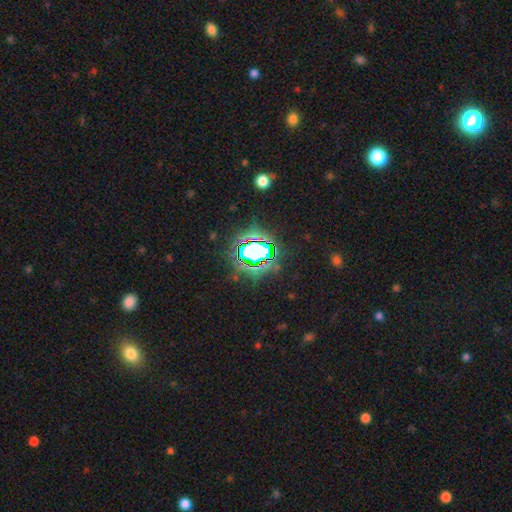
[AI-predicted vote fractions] smooth-or-featured: star or artifact: 69% | smooth: 19% | featured or disk: 12%